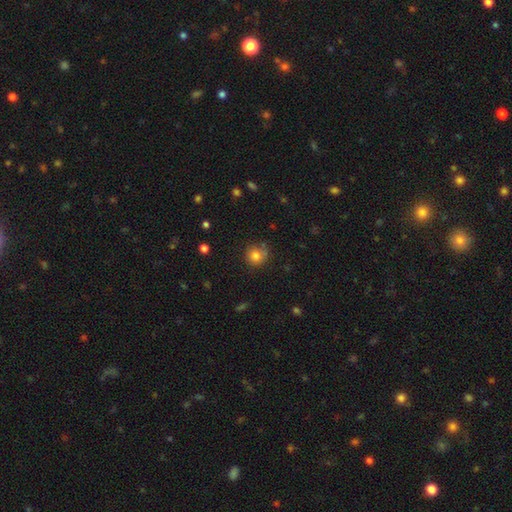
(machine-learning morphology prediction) Smooth or featured: smooth — 80% (star or artifact — 12%)
How rounded: round — 90% (in between — 9%)
Merging: none — 72% (minor disturbance — 18%)